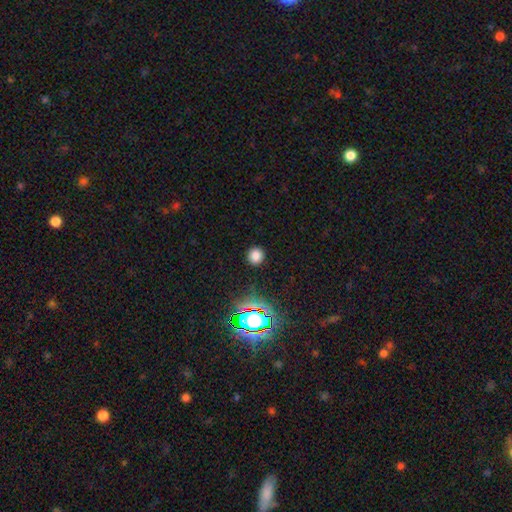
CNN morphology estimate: Smooth or featured: smooth — 77% (star or artifact — 18%)
How rounded: round — 88% (in between — 11%)
Merging: none — 90% (minor disturbance — 6%)